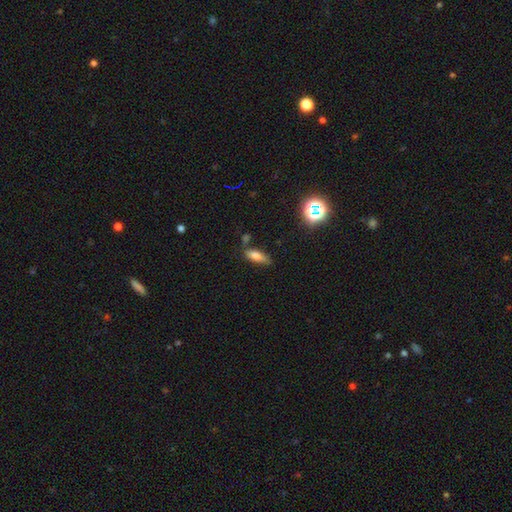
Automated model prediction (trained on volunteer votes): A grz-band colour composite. It shows a smooth galaxy with no disk features (74%) that is in between round and cigar-shaped (67%). Merging: none (60%).